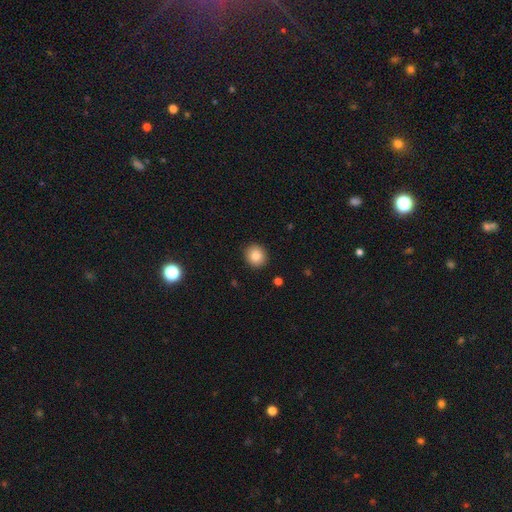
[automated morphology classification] A smooth galaxy with no disk features (85%) that is round (85%). Merging: none (91%).